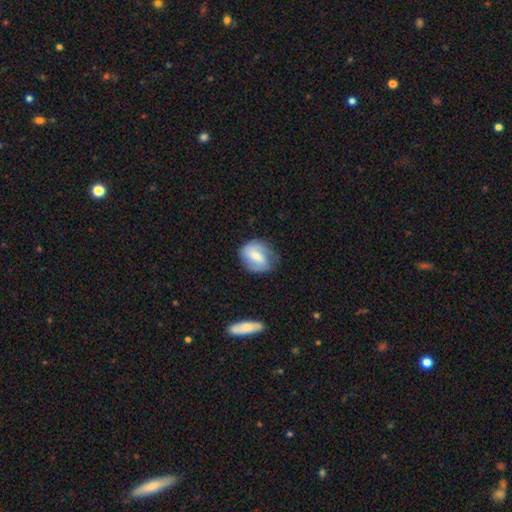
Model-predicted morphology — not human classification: Smooth or featured? Predicted: featured or disk (p=0.51). Edge-on disk? Predicted: no (p=0.97). Merging? Predicted: none (p=0.67).